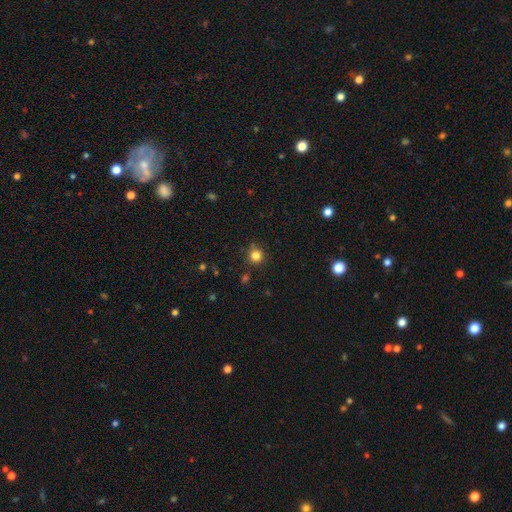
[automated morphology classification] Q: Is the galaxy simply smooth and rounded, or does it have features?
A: smooth — 82%.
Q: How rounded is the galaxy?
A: round — 92%.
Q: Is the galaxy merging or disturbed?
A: none — 83%.